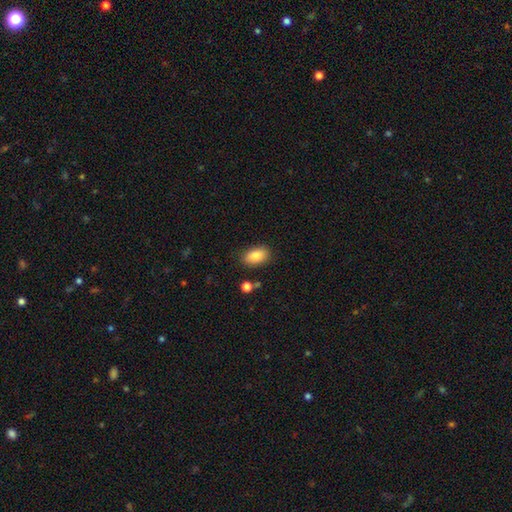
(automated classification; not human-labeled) smooth-or-featured: smooth: 85% | star or artifact: 8% | featured or disk: 7%
  how-rounded: in between: 90% | round: 8% | cigar-shaped: 2%
  merging: none: 84% | minor disturbance: 11% | major disturbance: 3% | merger: 3%